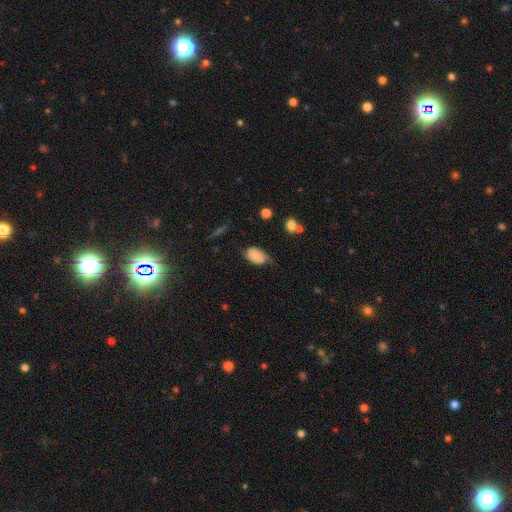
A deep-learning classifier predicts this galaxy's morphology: Smooth or featured?
  - smooth: 77% *
  - featured or disk: 15%
  - star or artifact: 8%
How rounded?
  - in between: 90% *
  - round: 8%
  - cigar-shaped: 2%
Merging?
  - none: 44% *
  - minor disturbance: 41%
  - major disturbance: 12%
  - merger: 3%